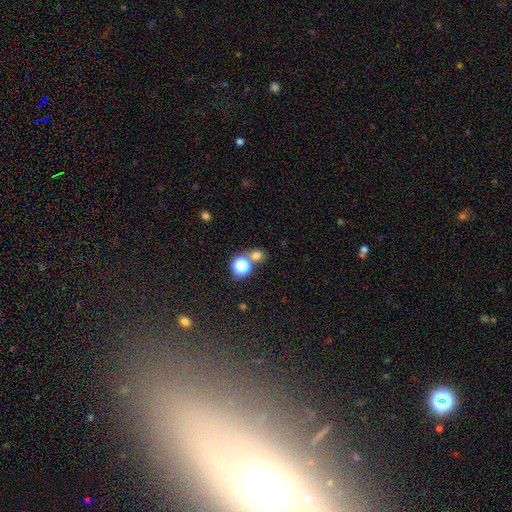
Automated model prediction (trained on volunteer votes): Morphology: type=smooth (68%); roundness=round (75%); merging=none (62%).